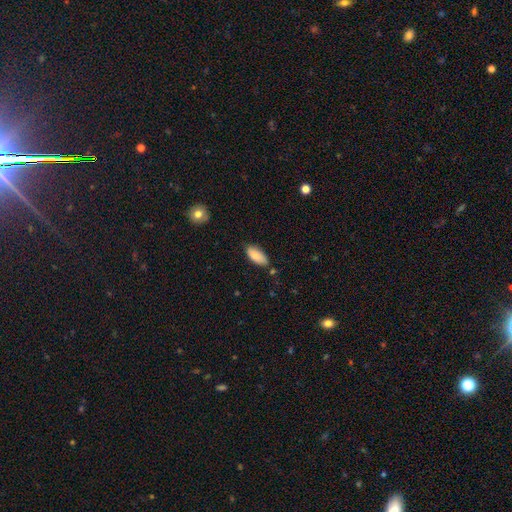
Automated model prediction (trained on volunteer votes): A smooth galaxy with no disk features (86%) that is in between round and cigar-shaped (88%).

Vote fractions:
- Smooth or featured? smooth: 86% / featured or disk: 7% / star or artifact: 7%
- How rounded? in between: 88% / cigar-shaped: 11% / round: 2%
- Merging? none: 76% / minor disturbance: 18% / merger: 3% / major disturbance: 3%